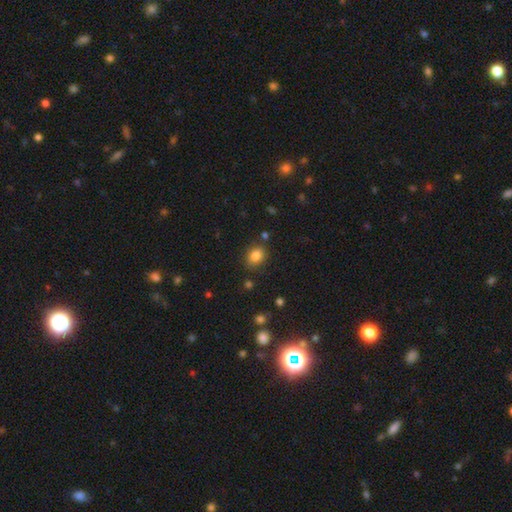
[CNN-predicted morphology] Smooth or featured? Predicted: smooth (p=0.82). How rounded? Predicted: in between (p=0.54). Merging? Predicted: none (p=0.82).